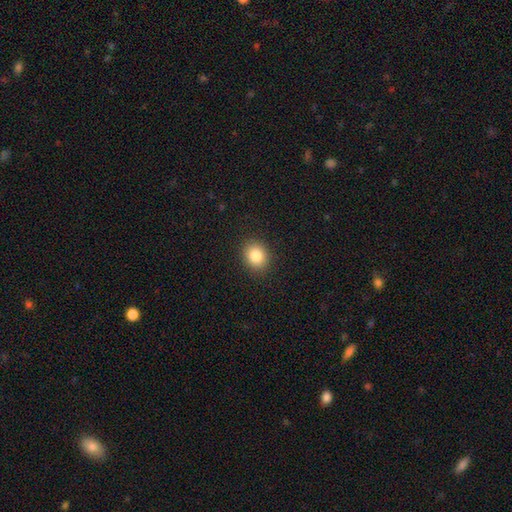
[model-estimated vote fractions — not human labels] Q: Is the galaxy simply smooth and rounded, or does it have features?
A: smooth — 84%.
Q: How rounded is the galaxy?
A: round — 62%.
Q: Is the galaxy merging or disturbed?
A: none — 90%.